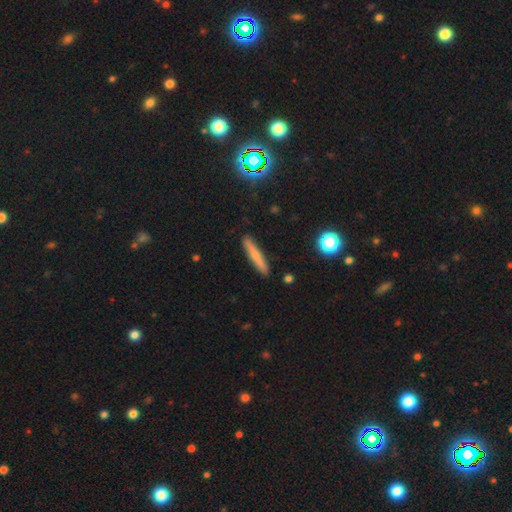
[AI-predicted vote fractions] The model was most divided on "smooth or featured": smooth: 61%, featured or disk: 31%, star or artifact: 8%. More confident: how rounded — cigar-shaped (92%); merging — none (89%).